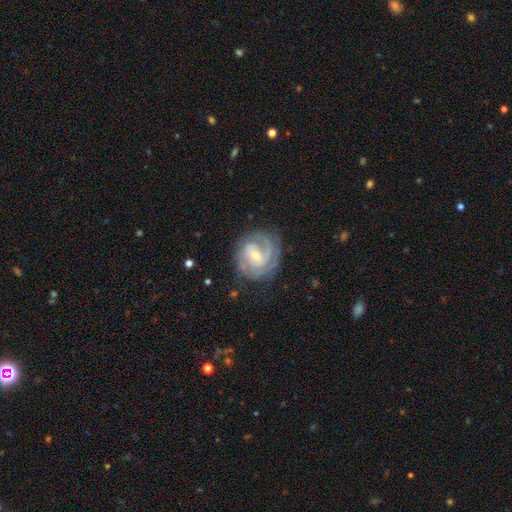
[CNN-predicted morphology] This appears to be a featured or disk galaxy (84%) with a weak bar (52%), 2 (37%) tight (64%) spiral arms (94%) and a small central bulge (55%). Merging: none (72%).